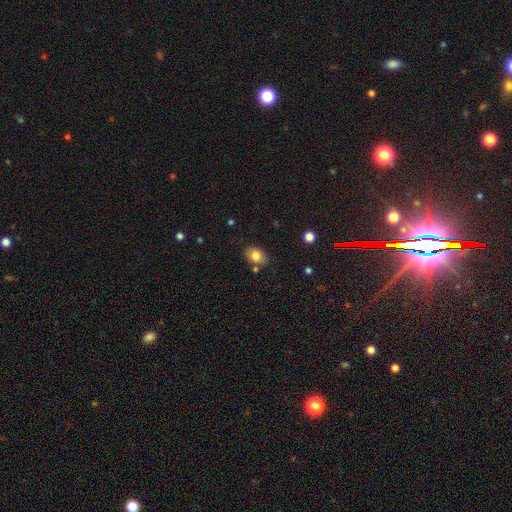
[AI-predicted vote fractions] Smooth or featured? smooth (81%)
How rounded? in between (77%)
Merging? none (77%)